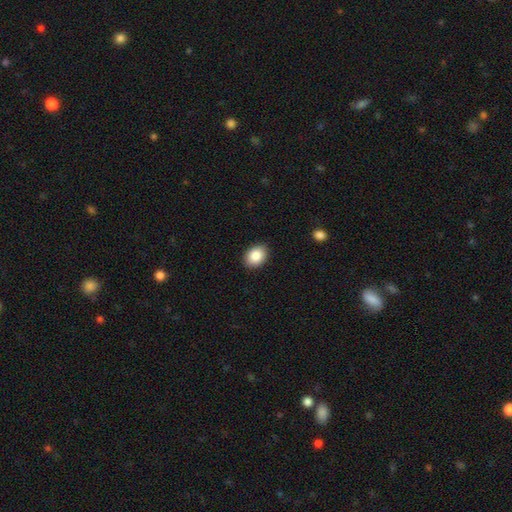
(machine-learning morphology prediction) smooth 87%, star or artifact 8%, featured or disk 5%. Down the decision tree: how rounded — in between (70%); merging — none (90%).